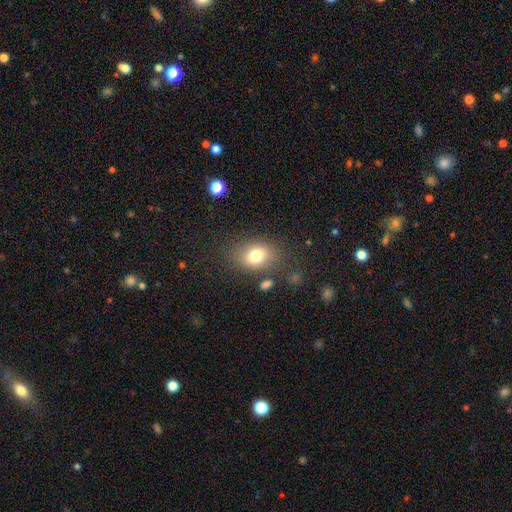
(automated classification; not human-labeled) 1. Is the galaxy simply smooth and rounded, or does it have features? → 78% smooth, 12% featured or disk, 11% star or artifact.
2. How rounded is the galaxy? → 69% in between, 29% round, 1% cigar-shaped.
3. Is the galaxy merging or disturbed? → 75% none, 14% minor disturbance, 6% major disturbance, 5% merger.